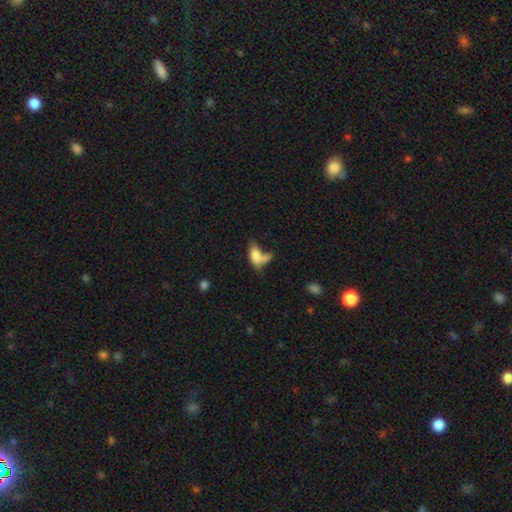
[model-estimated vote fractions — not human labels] Smooth or featured? smooth (73%)
How rounded? in between (81%)
Merging? merger (42%)